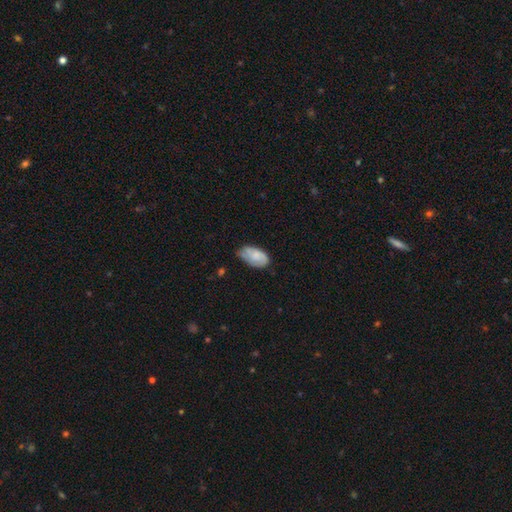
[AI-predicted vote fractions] smooth_or_featured: smooth (p=0.62) [alt: featured or disk p=0.31]
how_rounded: in between (p=0.93) [alt: round p=0.04]
merging: none (p=0.54) [alt: minor disturbance p=0.35]